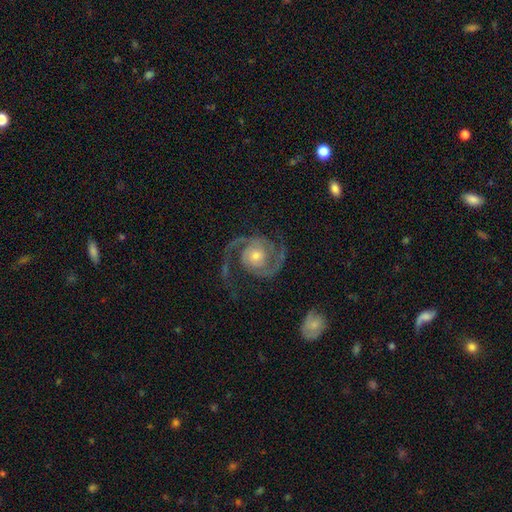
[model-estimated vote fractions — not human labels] smooth-or-featured: featured or disk: 92% | star or artifact: 4% | smooth: 4%
  disk-edge-on: no: 98% | yes: 2%
    bar: no: 69% | weak: 23% | strong: 7%
    has-spiral-arms: yes: 98% | no: 2%
      spiral-winding: medium: 54% | tight: 32% | loose: 15%
      spiral-arm-count: 2: 92% | 3: 2% | can't tell: 2% | 1: 2% | 4: 1% | more than 4: 1%
    bulge-size: moderate: 51% | small: 41% | large: 5% | none: 2% | dominant: 1%
  merging: none: 74% | minor disturbance: 13% | major disturbance: 11% | merger: 2%